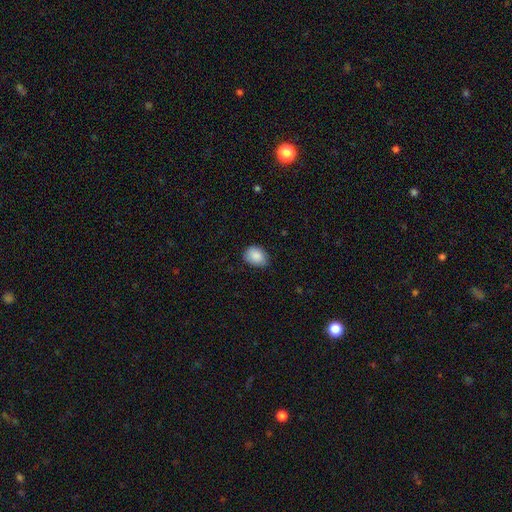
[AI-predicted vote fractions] Q: Smooth or featured?
A: smooth (89%); runner-up: star or artifact (7%)
Q: How rounded?
A: in between (69%); runner-up: round (30%)
Q: Merging?
A: none (76%); runner-up: minor disturbance (20%)